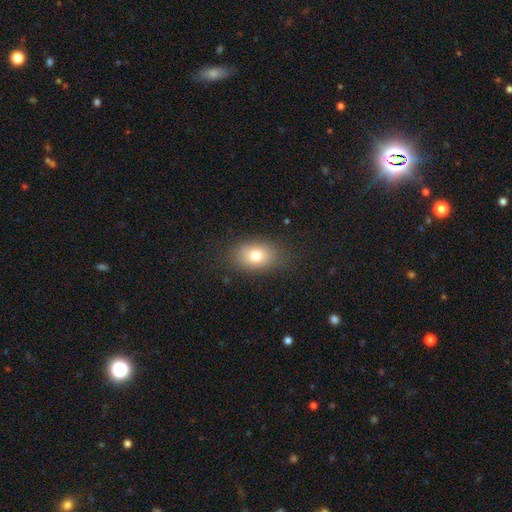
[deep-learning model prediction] smooth-or-featured: smooth: 76% | featured or disk: 13% | star or artifact: 11%
  how-rounded: in between: 76% | round: 23% | cigar-shaped: 1%
  merging: none: 80% | minor disturbance: 14% | major disturbance: 5% | merger: 1%